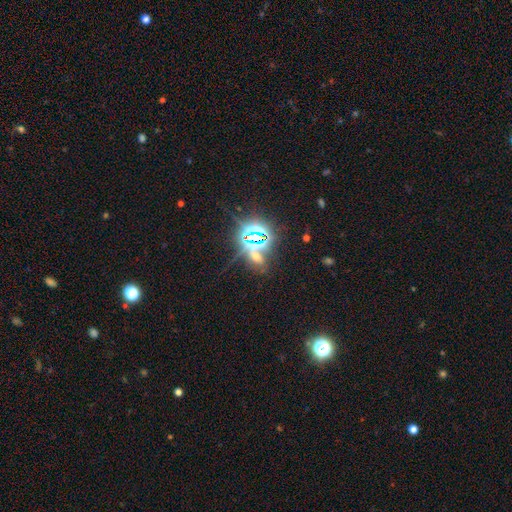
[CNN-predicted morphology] A star or artifact, not a galaxy (71%).